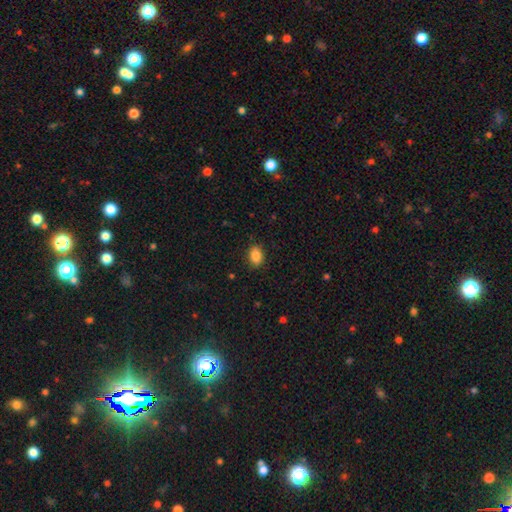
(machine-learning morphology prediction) This is clearly a smooth galaxy (86%). How rounded: clearly in between (83%). Merging: clearly none (86%).